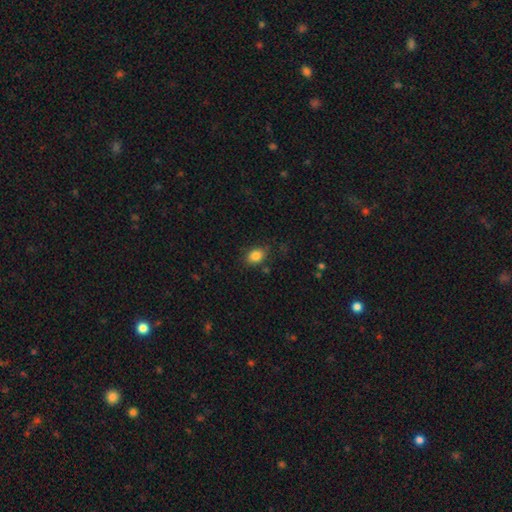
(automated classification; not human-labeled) smooth-or-featured: smooth: 84% | star or artifact: 10% | featured or disk: 6%
  how-rounded: in between: 66% | round: 33% | cigar-shaped: 1%
  merging: none: 77% | minor disturbance: 16% | major disturbance: 4% | merger: 2%